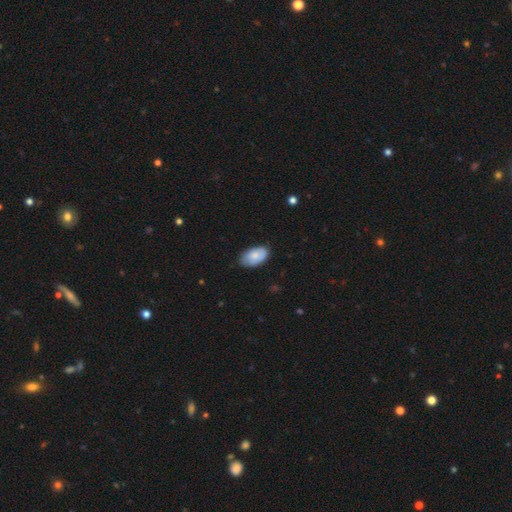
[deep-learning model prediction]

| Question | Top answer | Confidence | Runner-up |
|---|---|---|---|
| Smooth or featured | smooth | 79% | featured or disk (15%) |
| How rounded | in between | 94% | round (4%) |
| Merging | none | 76% | minor disturbance (20%) |